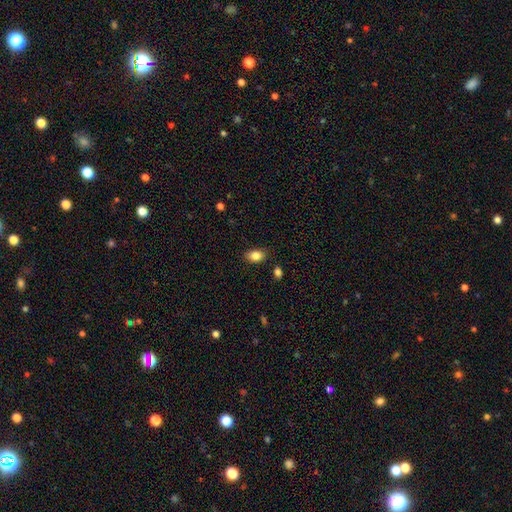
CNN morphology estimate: Smooth or featured? smooth (85%)
How rounded? in between (84%)
Merging? none (83%)